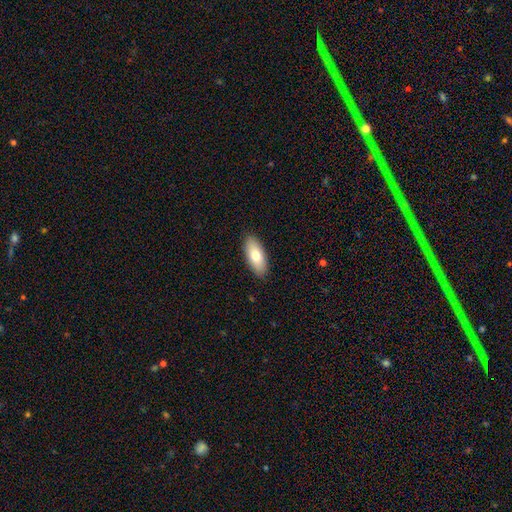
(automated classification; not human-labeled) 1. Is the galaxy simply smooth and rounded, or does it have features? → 75% smooth, 19% featured or disk, 6% star or artifact.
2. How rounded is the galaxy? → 85% in between, 12% cigar-shaped, 2% round.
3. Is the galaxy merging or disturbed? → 89% none, 8% minor disturbance, 2% major disturbance, 1% merger.